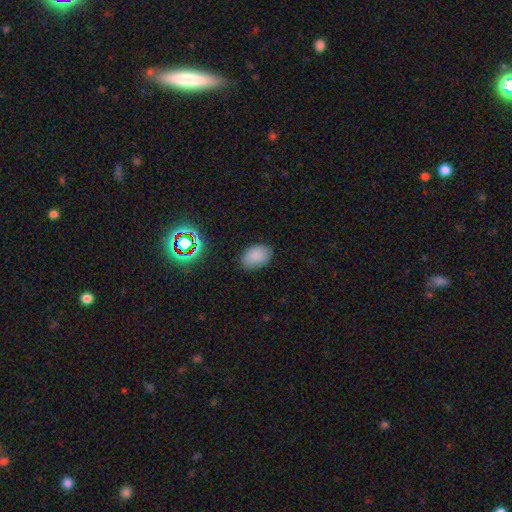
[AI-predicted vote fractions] A smooth galaxy with no disk features (84%) that is in between round and cigar-shaped (85%).

Vote fractions:
- Smooth or featured? smooth: 84% / star or artifact: 11% / featured or disk: 5%
- How rounded? in between: 85% / round: 14% / cigar-shaped: 1%
- Merging? none: 83% / minor disturbance: 13% / major disturbance: 3% / merger: 1%